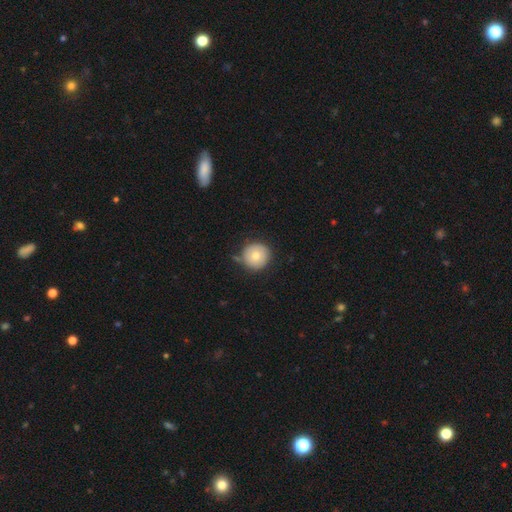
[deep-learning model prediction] Smooth or featured: smooth — 76% (featured or disk — 15%)
How rounded: round — 95% (in between — 4%)
Merging: none — 81% (minor disturbance — 13%)